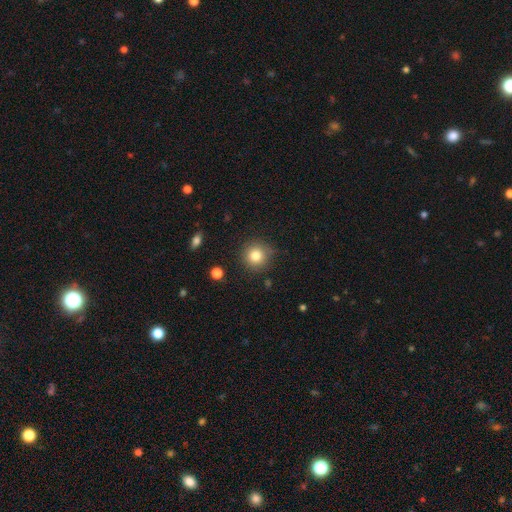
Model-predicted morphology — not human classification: Q: Smooth or featured?
A: smooth (81%); runner-up: star or artifact (11%)
Q: How rounded?
A: round (94%); runner-up: in between (5%)
Q: Merging?
A: none (85%); runner-up: minor disturbance (10%)